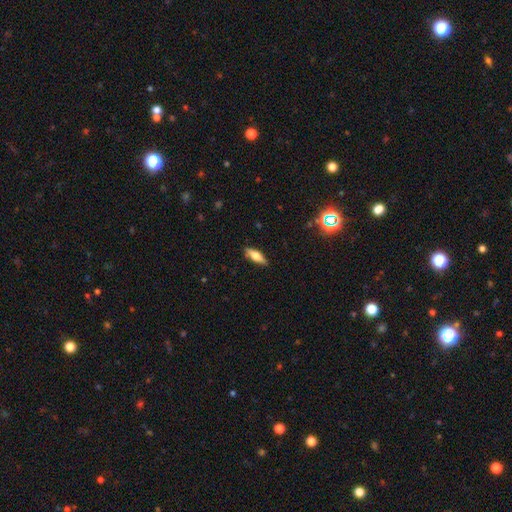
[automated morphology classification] smooth_or_featured: smooth (p=0.55) [alt: featured or disk p=0.38]
how_rounded: in between (p=0.51) [alt: cigar-shaped p=0.47]
merging: none (p=0.86) [alt: minor disturbance p=0.10]